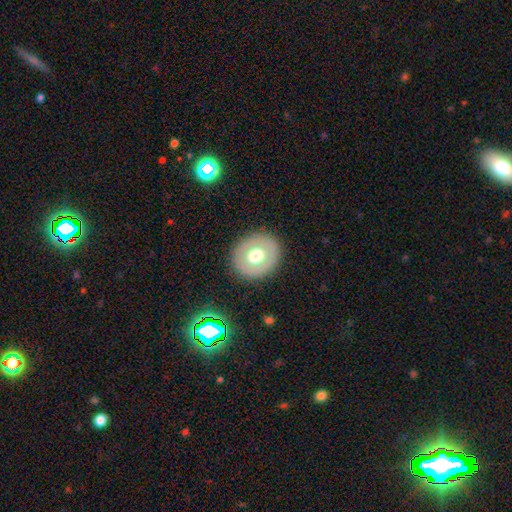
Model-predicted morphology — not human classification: type=smooth (54%); roundness=round (72%); merging=none (88%).